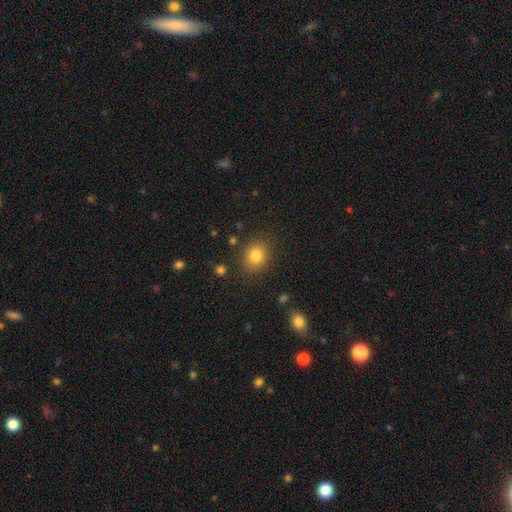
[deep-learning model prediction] Smooth or featured?
  - smooth: 81% *
  - star or artifact: 12%
  - featured or disk: 7%
How rounded?
  - round: 68% *
  - in between: 31%
  - cigar-shaped: 1%
Merging?
  - none: 84% *
  - minor disturbance: 10%
  - major disturbance: 3%
  - merger: 2%